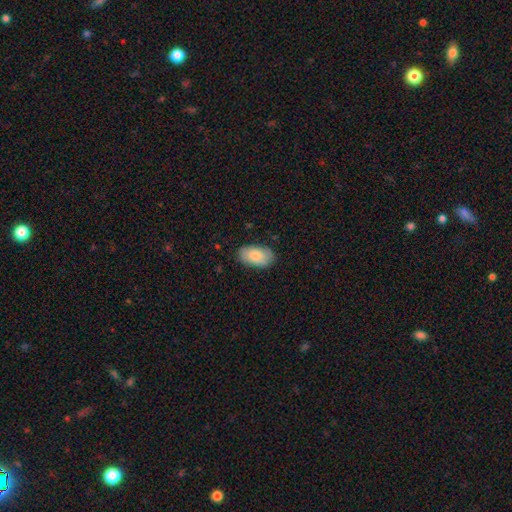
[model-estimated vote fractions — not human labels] Smooth or featured?
  - smooth: 79% *
  - featured or disk: 15%
  - star or artifact: 6%
How rounded?
  - in between: 94% *
  - round: 4%
  - cigar-shaped: 2%
Merging?
  - none: 81% *
  - minor disturbance: 15%
  - major disturbance: 3%
  - merger: 1%